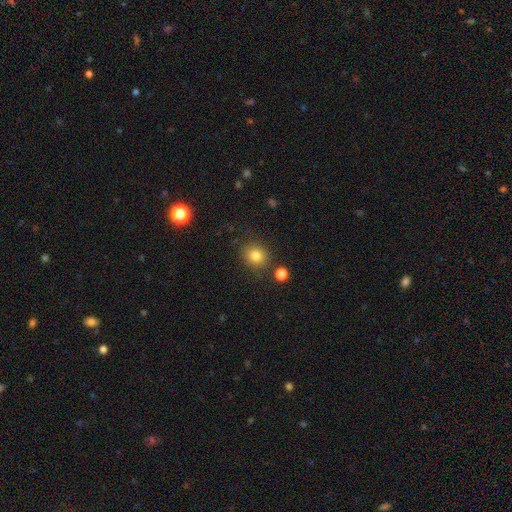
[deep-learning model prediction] Morphology: type=smooth (81%); roundness=round (81%); merging=none (83%).